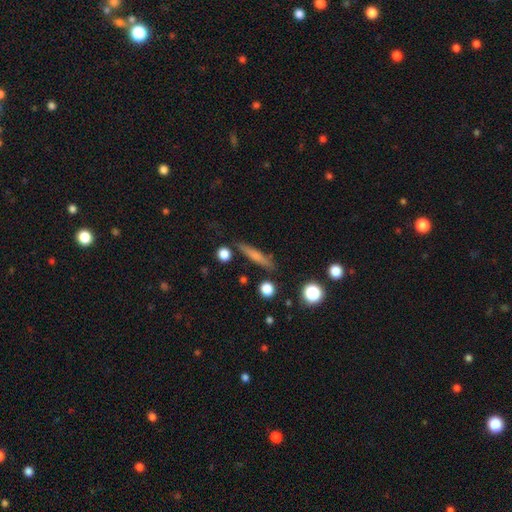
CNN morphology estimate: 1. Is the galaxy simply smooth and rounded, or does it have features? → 60% smooth, 31% featured or disk, 8% star or artifact.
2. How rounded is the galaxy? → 88% cigar-shaped, 8% in between, 4% round.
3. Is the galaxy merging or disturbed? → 85% none, 9% minor disturbance, 3% merger, 2% major disturbance.